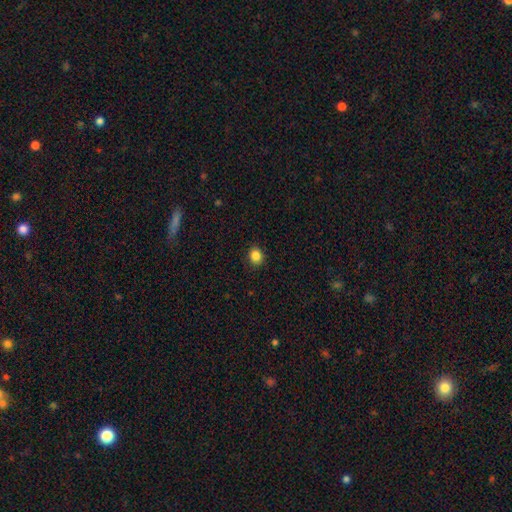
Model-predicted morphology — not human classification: This is clearly a smooth galaxy (86%). How rounded: likely round (68%). Merging: clearly none (88%).